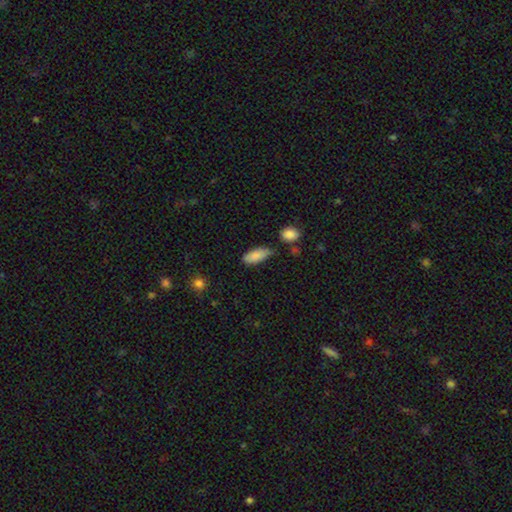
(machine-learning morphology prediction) Smooth or featured? Predicted: smooth (p=0.86). How rounded? Predicted: in between (p=0.82). Merging? Predicted: none (p=0.66).